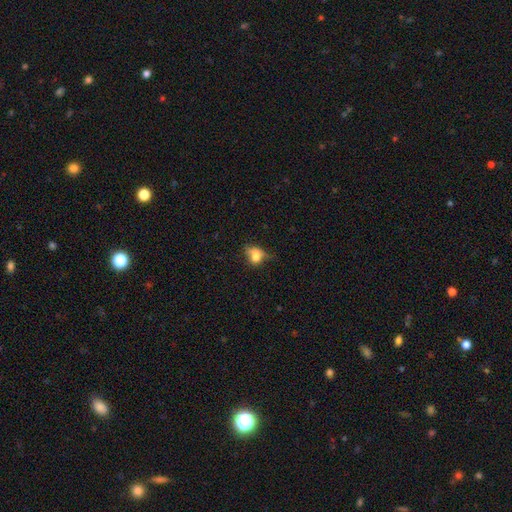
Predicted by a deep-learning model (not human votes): smooth 67%, featured or disk 21%, star or artifact 12%. Down the decision tree: how rounded — in between (52%); merging — none (37%).